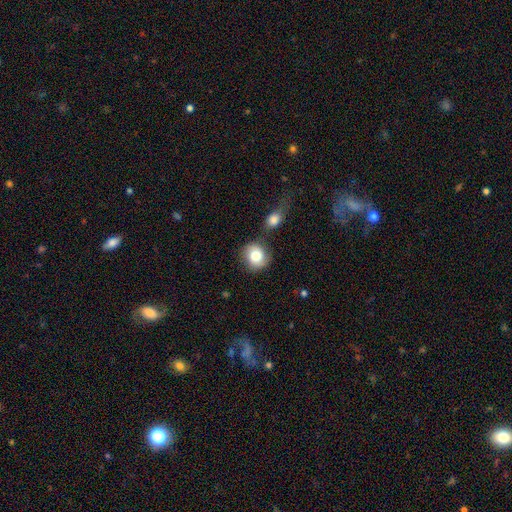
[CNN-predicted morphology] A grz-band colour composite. It shows a smooth galaxy with no disk features (78%) that is round (81%). Merging: none (66%).